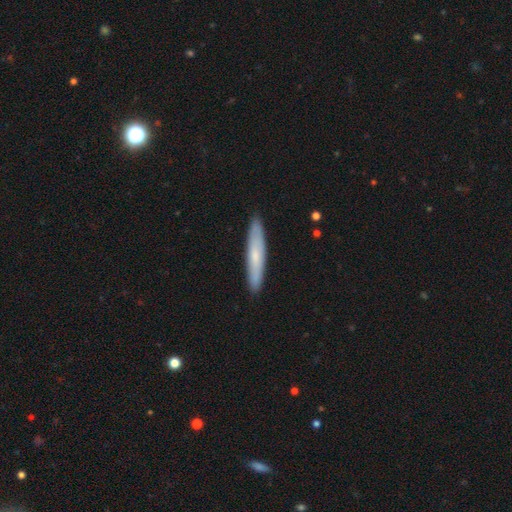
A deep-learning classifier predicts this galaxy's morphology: A smooth galaxy with no disk features (60%) that is cigar-shaped (92%). Merging: none (90%).